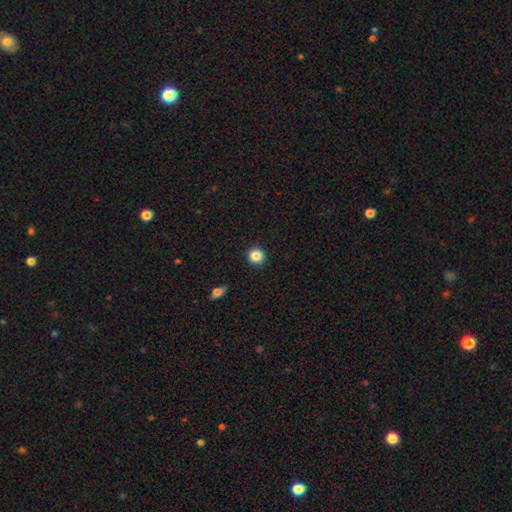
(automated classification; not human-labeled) Smooth or featured? smooth (86%)
How rounded? round (93%)
Merging? none (91%)